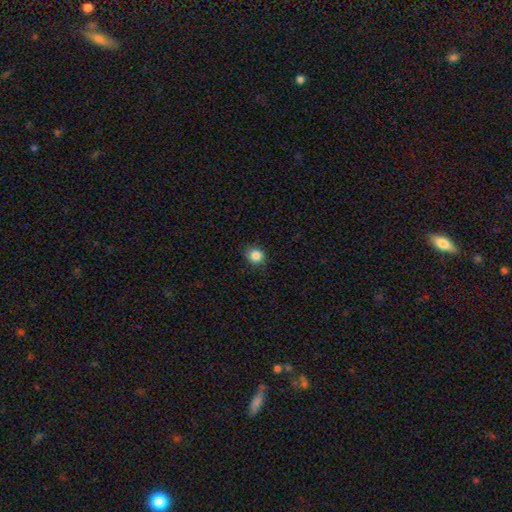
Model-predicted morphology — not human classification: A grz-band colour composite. It shows a smooth galaxy with no disk features (86%) that is round (85%). Merging: none (86%).